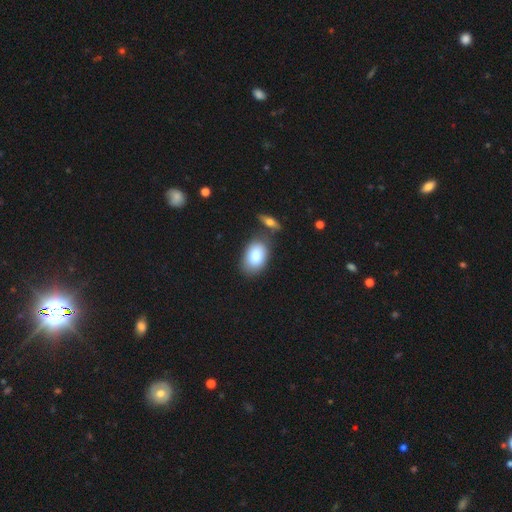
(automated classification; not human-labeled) Smooth or featured: smooth — 80% (featured or disk — 13%)
How rounded: in between — 88% (round — 10%)
Merging: none — 70% (minor disturbance — 13%)